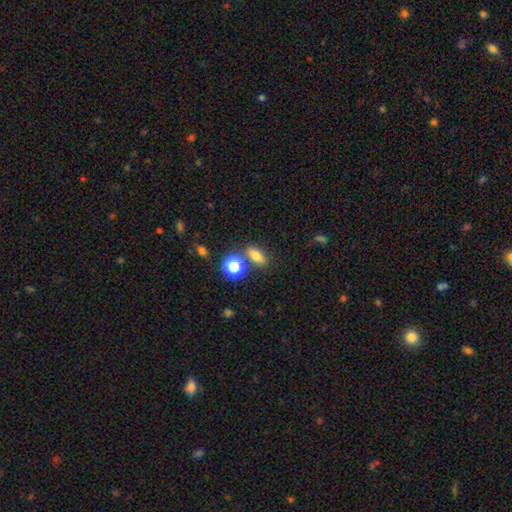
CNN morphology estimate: This is likely a smooth galaxy (72%). How rounded: likely in between (67%). Merging: likely none (71%).